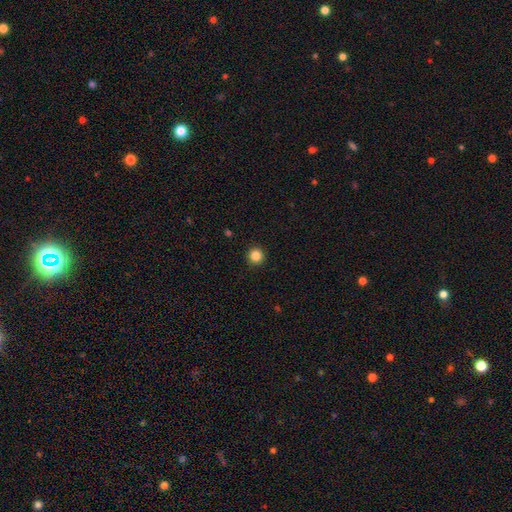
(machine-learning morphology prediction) A smooth galaxy with no disk features (85%) that is round (96%). Merging: none (93%).